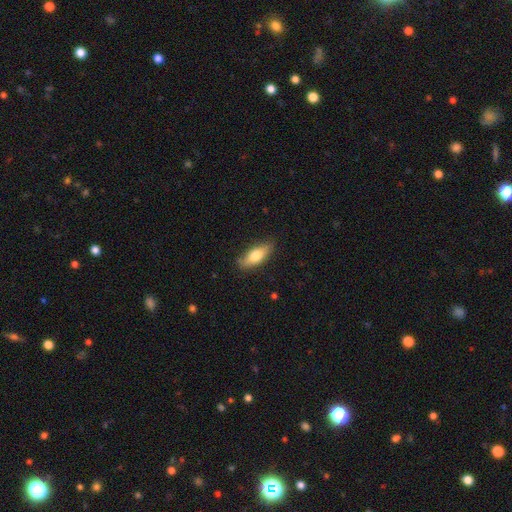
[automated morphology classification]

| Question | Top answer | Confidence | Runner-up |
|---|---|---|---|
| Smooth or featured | smooth | 69% | featured or disk (25%) |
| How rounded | in between | 65% | cigar-shaped (32%) |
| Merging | none | 82% | minor disturbance (14%) |